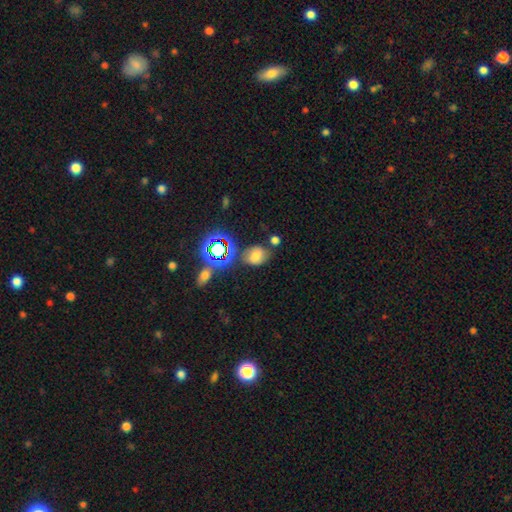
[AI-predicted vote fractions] Morphology: type=smooth (61%); roundness=in between (64%); merging=none (62%).